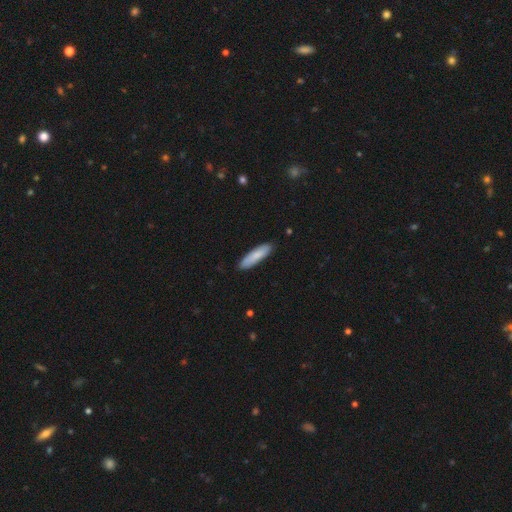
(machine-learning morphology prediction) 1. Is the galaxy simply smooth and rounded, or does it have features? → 81% smooth, 14% featured or disk, 5% star or artifact.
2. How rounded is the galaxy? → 67% cigar-shaped, 31% in between, 1% round.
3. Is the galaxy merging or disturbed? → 87% none, 10% minor disturbance, 2% major disturbance, 1% merger.